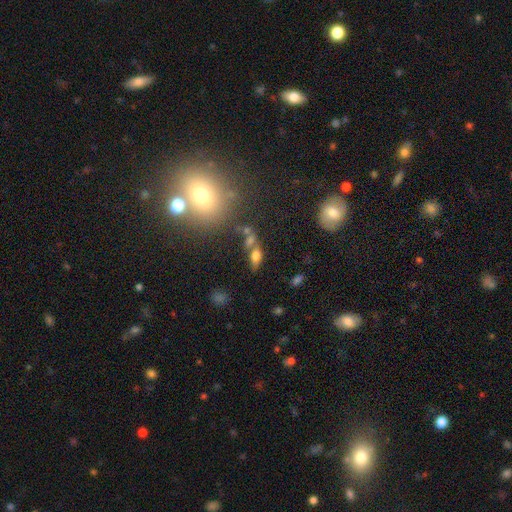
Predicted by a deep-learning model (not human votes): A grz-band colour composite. It shows a smooth galaxy with no disk features (62%) that is in between round and cigar-shaped (76%). Merging: none (43%).